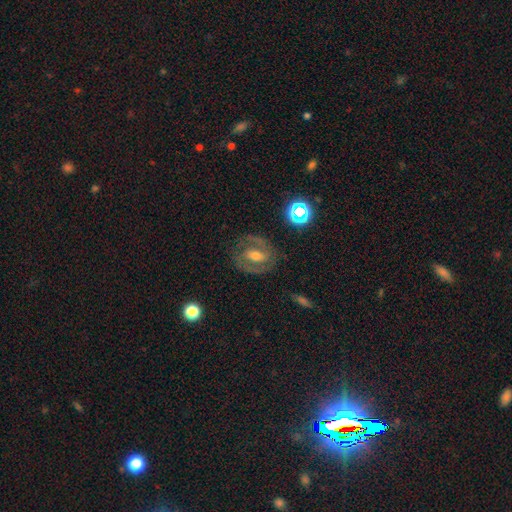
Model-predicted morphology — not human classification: Smooth or featured?
  - featured or disk: 76% *
  - smooth: 15%
  - star or artifact: 9%
Edge-on disk?
  - no: 96% *
  - yes: 4%
Bar?
  - weak: 41% *
  - strong: 35%
  - no: 24%
Spiral arms?
  - yes: 84% *
  - no: 16%
Spiral winding?
  - medium: 48% *
  - tight: 40%
  - loose: 12%
Spiral arm count?
  - 2: 85% *
  - can't tell: 8%
  - 1: 3%
  - 3: 2%
  - 4: 1%
  - more than 4: 1%
Bulge size?
  - moderate: 61% *
  - small: 28%
  - large: 7%
  - none: 2%
  - dominant: 1%
Merging?
  - none: 79% *
  - minor disturbance: 13%
  - major disturbance: 6%
  - merger: 2%